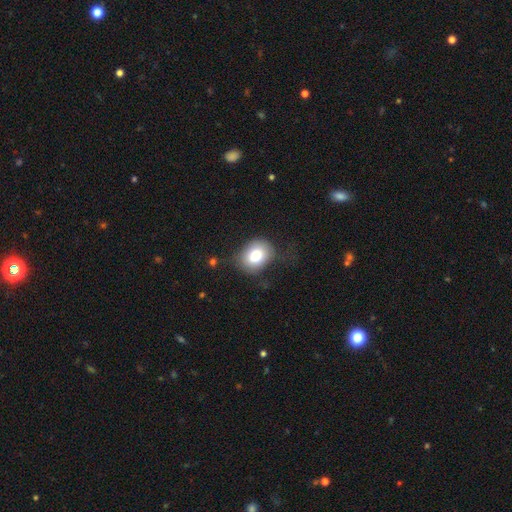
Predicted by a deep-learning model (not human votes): This is clearly a smooth galaxy (81%). How rounded: possibly in between (56%). Merging: likely none (62%).